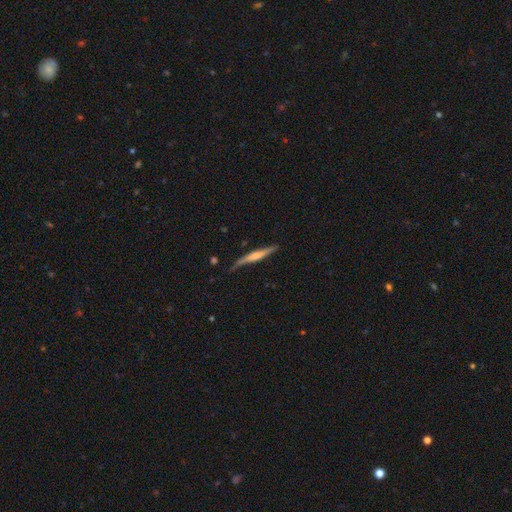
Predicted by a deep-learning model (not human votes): smooth-or-featured: featured or disk: 56% | smooth: 39% | star or artifact: 5%
  disk-edge-on: yes: 95% | no: 5%
    edge-on-bulge: rounded: 52% | none: 26% | boxy: 22%
  merging: none: 71% | minor disturbance: 22% | major disturbance: 5% | merger: 2%